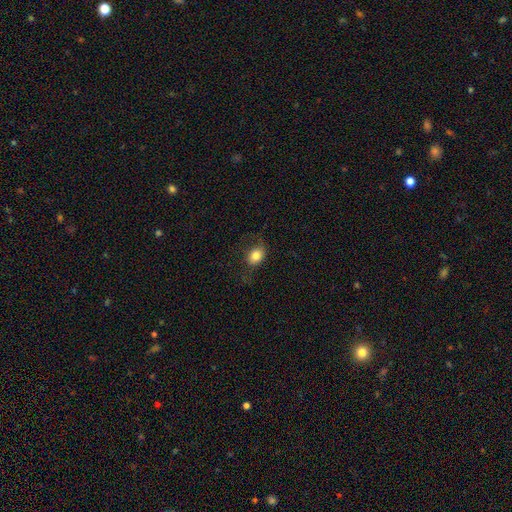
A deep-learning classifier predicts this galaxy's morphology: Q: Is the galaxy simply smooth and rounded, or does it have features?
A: smooth — 81%.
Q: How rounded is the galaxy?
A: in between — 66%.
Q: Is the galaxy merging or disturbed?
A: none — 68%.